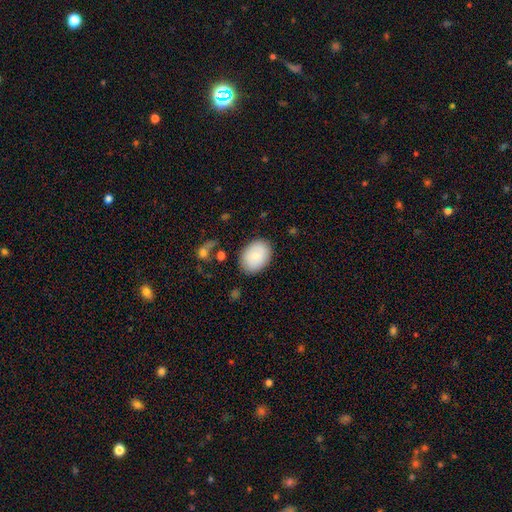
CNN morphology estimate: smooth_or_featured: smooth (p=0.83) [alt: featured or disk p=0.10]
how_rounded: in between (p=0.76) [alt: round p=0.24]
merging: none (p=0.83) [alt: minor disturbance p=0.12]